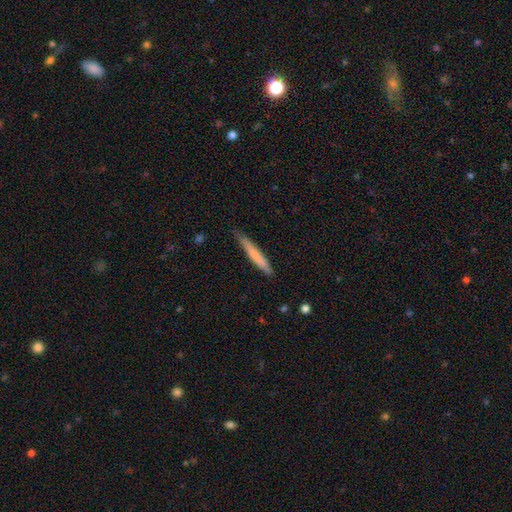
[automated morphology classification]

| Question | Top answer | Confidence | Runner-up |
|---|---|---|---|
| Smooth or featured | smooth | 68% | featured or disk (26%) |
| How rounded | cigar-shaped | 95% | in between (4%) |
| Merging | none | 79% | minor disturbance (17%) |